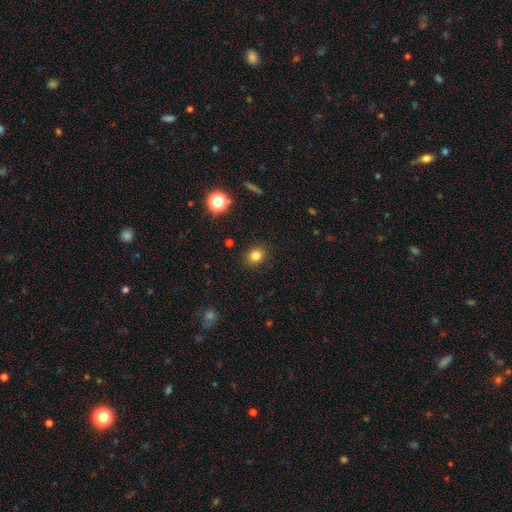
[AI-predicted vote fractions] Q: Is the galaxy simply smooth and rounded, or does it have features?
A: smooth — 81%.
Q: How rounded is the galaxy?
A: round — 58%.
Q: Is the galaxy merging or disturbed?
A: none — 88%.